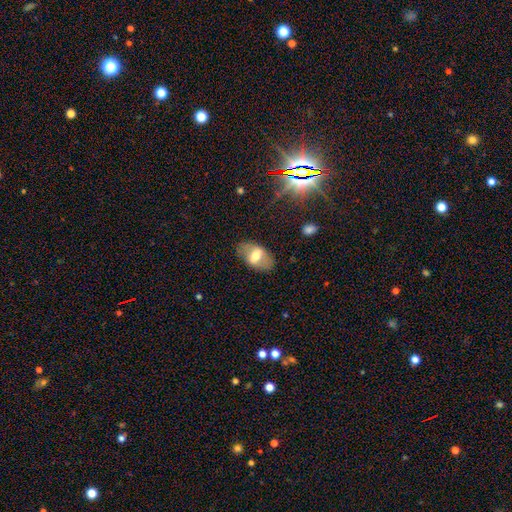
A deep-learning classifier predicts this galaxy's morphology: Smooth or featured? Predicted: smooth (p=0.49). Merging? Predicted: none (p=0.80).